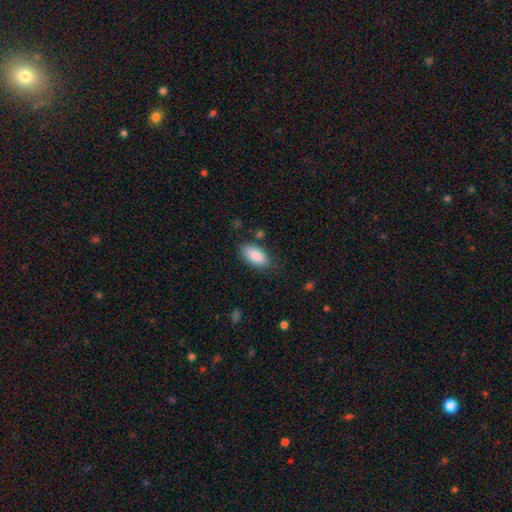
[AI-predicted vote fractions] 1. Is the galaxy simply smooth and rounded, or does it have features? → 86% smooth, 7% featured or disk, 6% star or artifact.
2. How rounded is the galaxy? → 93% in between, 5% cigar-shaped, 3% round.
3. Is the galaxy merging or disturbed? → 79% none, 15% minor disturbance, 4% major disturbance, 3% merger.